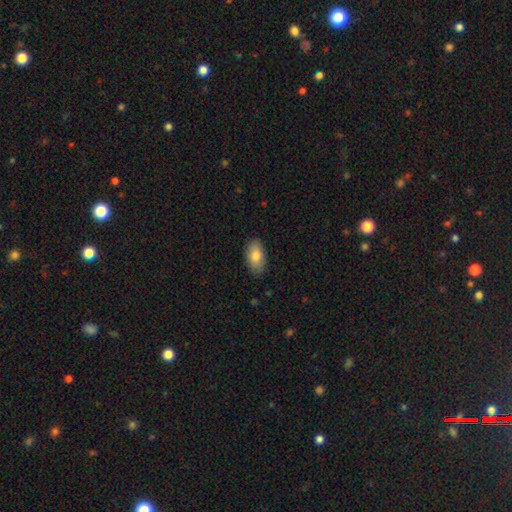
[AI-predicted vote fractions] Smooth or featured? Predicted: smooth (p=0.81). How rounded? Predicted: in between (p=0.93). Merging? Predicted: none (p=0.86).